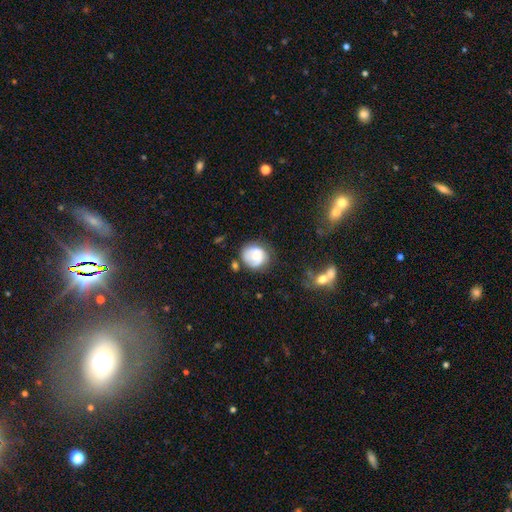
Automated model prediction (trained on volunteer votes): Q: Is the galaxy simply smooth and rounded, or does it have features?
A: smooth — 55%.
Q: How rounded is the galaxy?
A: round — 77%.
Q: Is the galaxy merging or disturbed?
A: none — 58%.